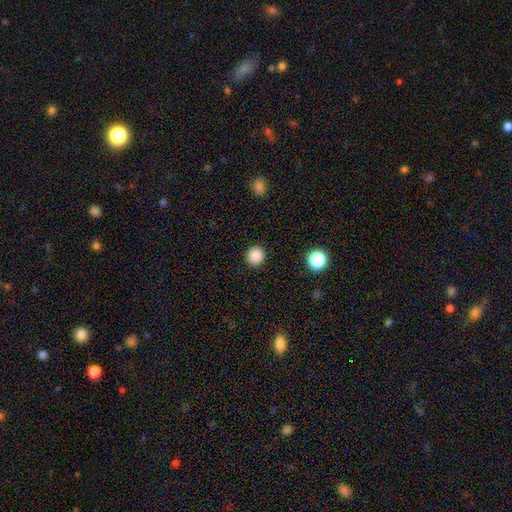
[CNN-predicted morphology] type=smooth (87%); roundness=round (92%); merging=none (92%).